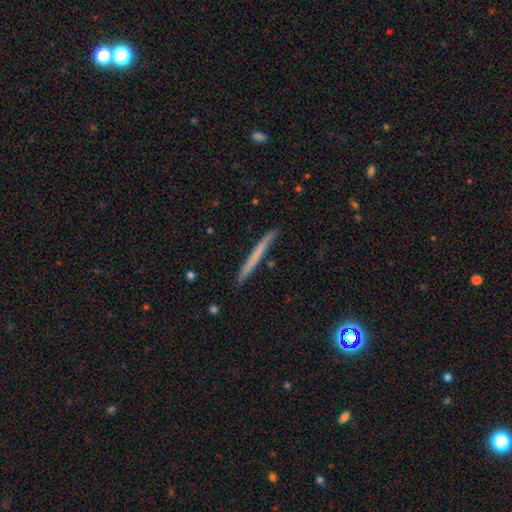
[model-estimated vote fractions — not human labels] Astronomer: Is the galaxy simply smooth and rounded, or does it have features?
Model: smooth — 58% (runner-up: featured or disk, 36%).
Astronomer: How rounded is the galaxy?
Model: cigar-shaped — 97%.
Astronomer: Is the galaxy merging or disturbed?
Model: none — 90%.